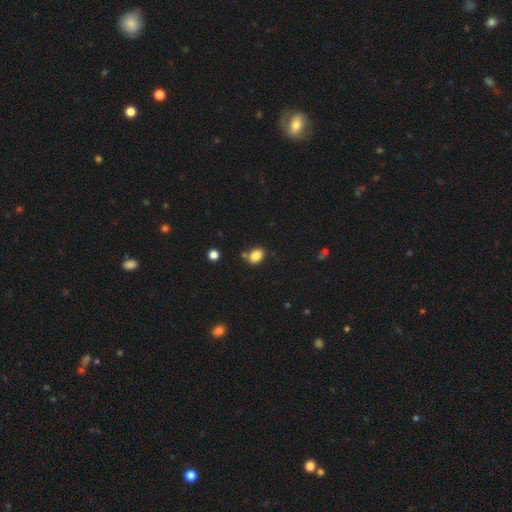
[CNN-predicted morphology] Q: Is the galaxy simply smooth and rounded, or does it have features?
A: smooth — 85%.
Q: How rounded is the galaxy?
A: in between — 68%.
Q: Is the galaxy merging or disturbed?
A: none — 72%.